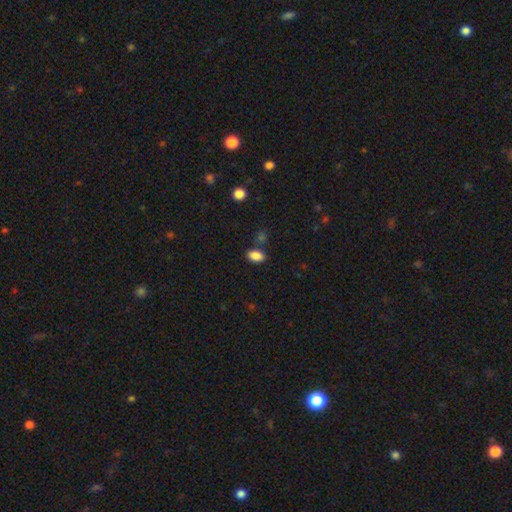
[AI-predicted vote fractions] A smooth galaxy with no disk features (87%) that is in between round and cigar-shaped (89%).

Vote fractions:
- Smooth or featured? smooth: 87% / star or artifact: 9% / featured or disk: 4%
- How rounded? in between: 89% / round: 9% / cigar-shaped: 2%
- Merging? none: 78% / minor disturbance: 12% / merger: 7% / major disturbance: 3%